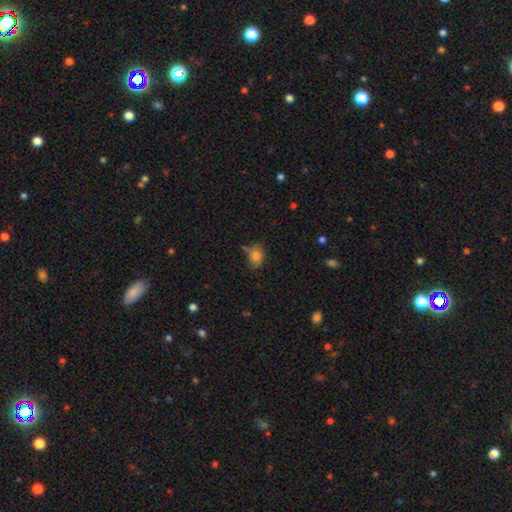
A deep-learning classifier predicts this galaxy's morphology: Overall: smooth (78%). How rounded: in between (58%; round 40%). Merging: none (53%; minor disturbance 31%).